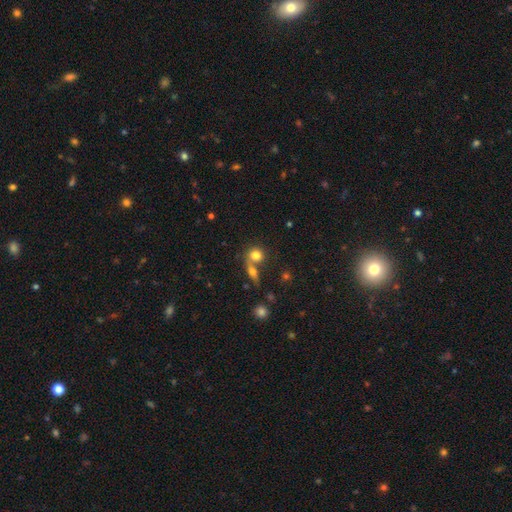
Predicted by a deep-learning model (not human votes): Smooth or featured: smooth — 78% (featured or disk — 12%)
How rounded: round — 72% (in between — 25%)
Merging: merger — 46% (none — 41%)